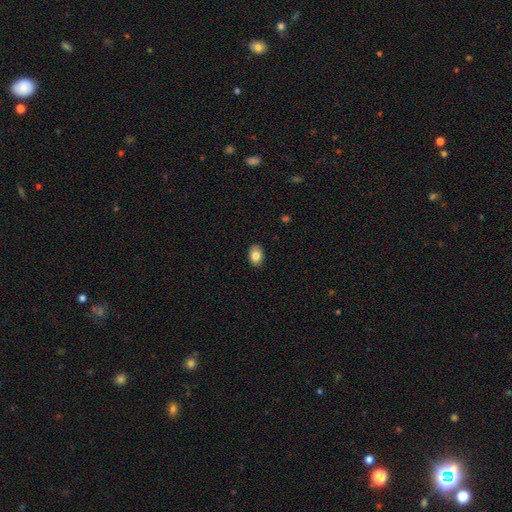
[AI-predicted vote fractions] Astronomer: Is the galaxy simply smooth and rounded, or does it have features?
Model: smooth — 83%.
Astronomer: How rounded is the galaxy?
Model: in between — 76%.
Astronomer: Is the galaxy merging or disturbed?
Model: none — 90%.